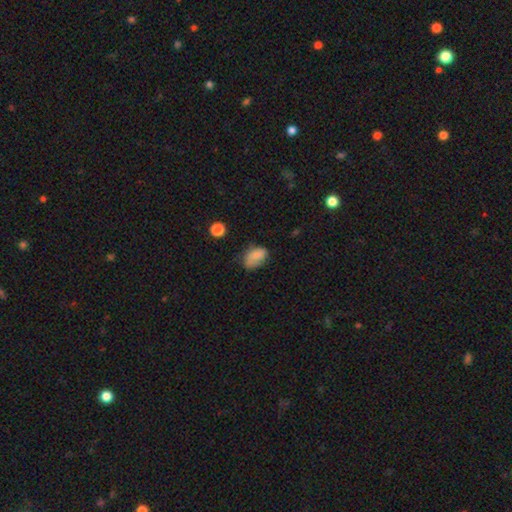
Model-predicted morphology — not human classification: Smooth or featured? Predicted: smooth (p=0.78). How rounded? Predicted: in between (p=0.86). Merging? Predicted: none (p=0.49).